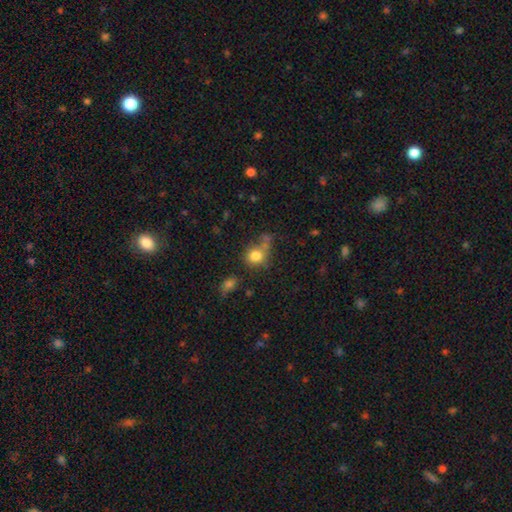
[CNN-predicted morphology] This appears to be a smooth galaxy with no disk features (80%) that is round (76%). Merging: none (54%).